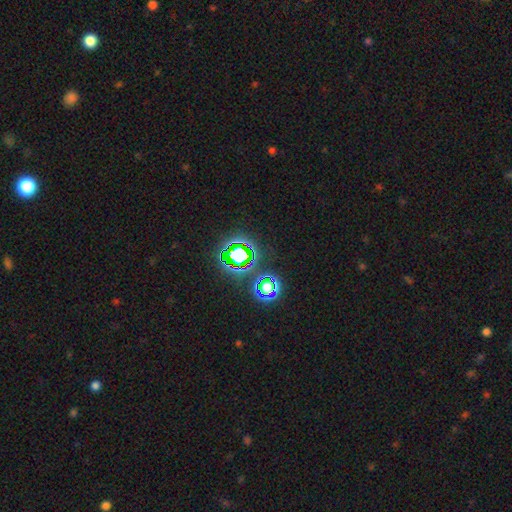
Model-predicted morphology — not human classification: type=star or artifact (73%).